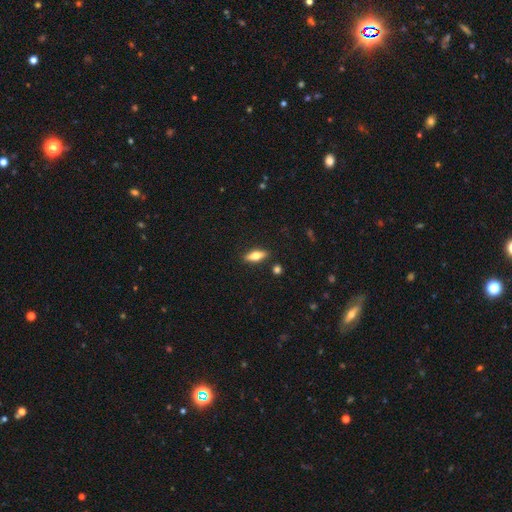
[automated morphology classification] Q: Smooth or featured?
A: smooth (59%); runner-up: featured or disk (34%)
Q: How rounded?
A: in between (60%); runner-up: cigar-shaped (37%)
Q: Merging?
A: none (87%); runner-up: minor disturbance (8%)